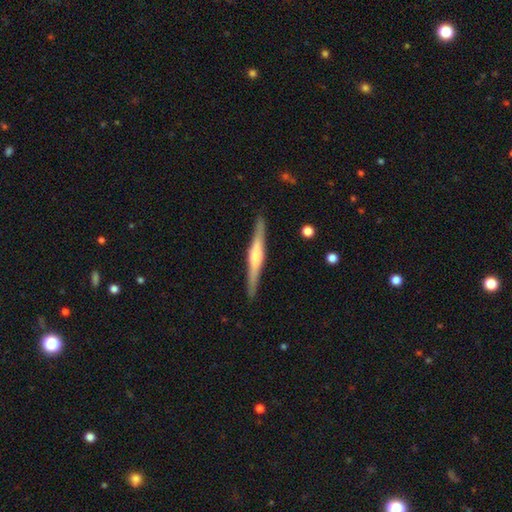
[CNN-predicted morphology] This appears to be a featured or disk galaxy (71%) viewed edge-on (98%) with a rounded central bulge (72%). Merging: none (90%).